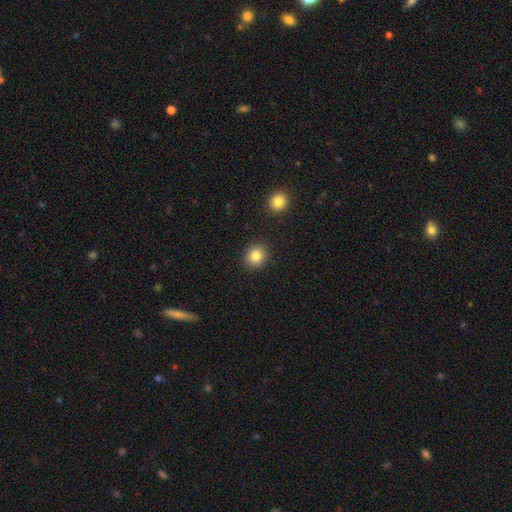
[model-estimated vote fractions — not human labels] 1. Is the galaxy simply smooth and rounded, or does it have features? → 84% smooth, 10% star or artifact, 6% featured or disk.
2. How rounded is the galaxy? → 80% round, 19% in between, 1% cigar-shaped.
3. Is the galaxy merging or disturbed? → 89% none, 6% minor disturbance, 2% merger, 2% major disturbance.